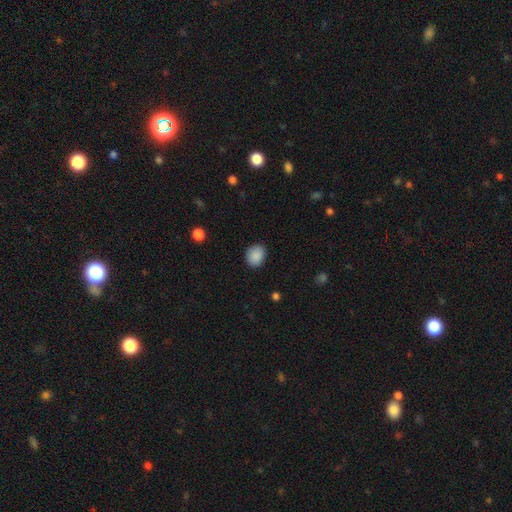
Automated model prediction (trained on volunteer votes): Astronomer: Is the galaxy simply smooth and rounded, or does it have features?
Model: smooth — 89%.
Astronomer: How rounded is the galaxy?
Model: round — 62% (runner-up: in between, 37%).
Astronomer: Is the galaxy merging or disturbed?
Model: none — 86%.